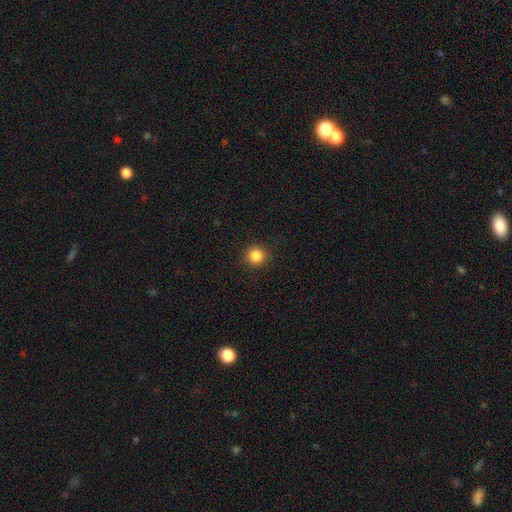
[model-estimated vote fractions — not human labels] Smooth or featured?
  - smooth: 85% *
  - star or artifact: 11%
  - featured or disk: 4%
How rounded?
  - round: 94% *
  - in between: 5%
  - cigar-shaped: 1%
Merging?
  - none: 92% *
  - minor disturbance: 5%
  - major disturbance: 2%
  - merger: 1%